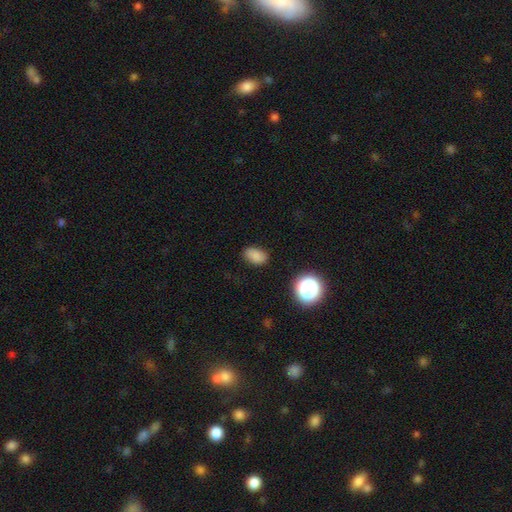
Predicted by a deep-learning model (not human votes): A smooth galaxy with no disk features (81%) that is in between round and cigar-shaped (84%).

Vote fractions:
- Smooth or featured? smooth: 81% / star or artifact: 13% / featured or disk: 7%
- How rounded? in between: 84% / round: 15% / cigar-shaped: 1%
- Merging? none: 83% / minor disturbance: 12% / major disturbance: 3% / merger: 1%